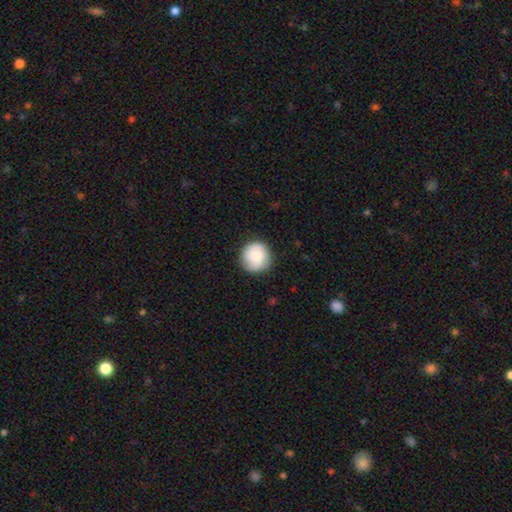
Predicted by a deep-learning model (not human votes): Smooth or featured?
  - smooth: 78% *
  - featured or disk: 15%
  - star or artifact: 7%
How rounded?
  - round: 93% *
  - in between: 6%
  - cigar-shaped: 1%
Merging?
  - none: 84% *
  - minor disturbance: 12%
  - major disturbance: 3%
  - merger: 1%